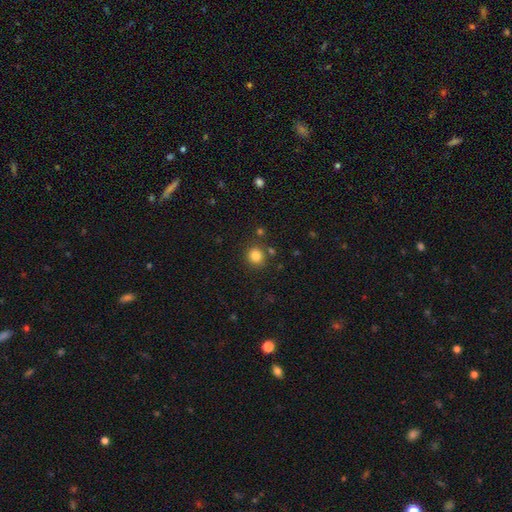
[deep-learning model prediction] Overall: smooth (83%). How rounded: round (87%). Merging: none (83%).